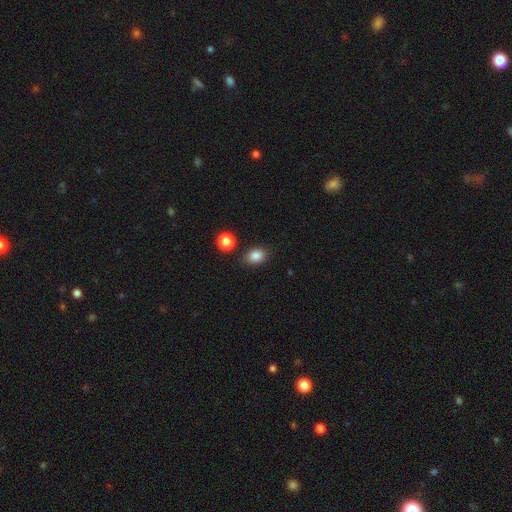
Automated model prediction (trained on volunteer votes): The model was most divided on "how rounded": in between: 62%, round: 37%, cigar-shaped: 1%. More confident: smooth or featured — smooth (85%); merging — none (82%).